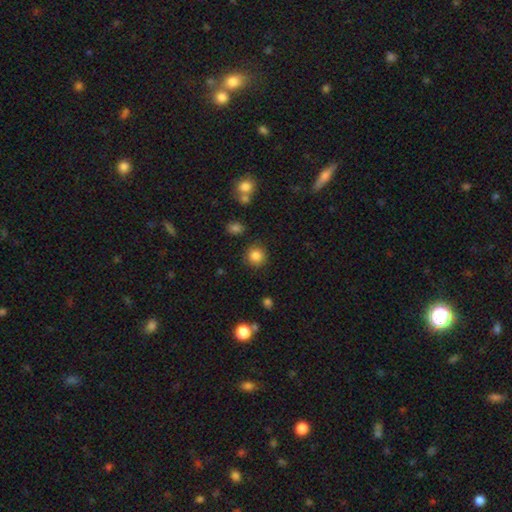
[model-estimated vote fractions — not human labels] The model was most divided on "smooth or featured": smooth: 84%, star or artifact: 11%, featured or disk: 5%. More confident: how rounded — round (92%); merging — none (87%).